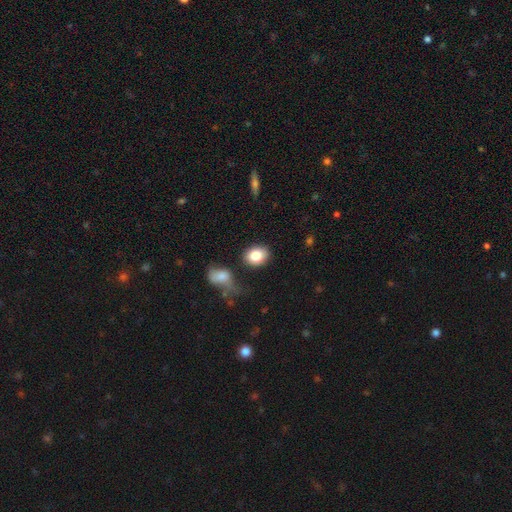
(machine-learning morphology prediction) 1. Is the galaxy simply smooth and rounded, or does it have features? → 83% smooth, 9% featured or disk, 8% star or artifact.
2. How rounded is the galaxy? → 54% in between, 45% round, 1% cigar-shaped.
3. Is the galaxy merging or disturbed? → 77% none, 12% minor disturbance, 7% merger, 4% major disturbance.